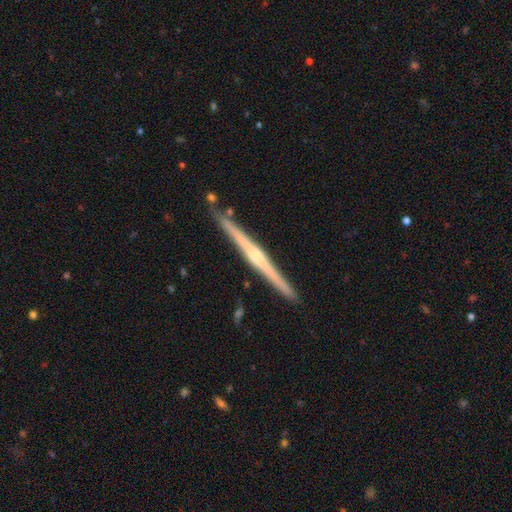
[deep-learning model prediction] featured or disk 81%, smooth 14%, star or artifact 5%. Down the decision tree: edge-on disk — yes (98%); edge-on bulge — rounded (70%); merging — none (90%).